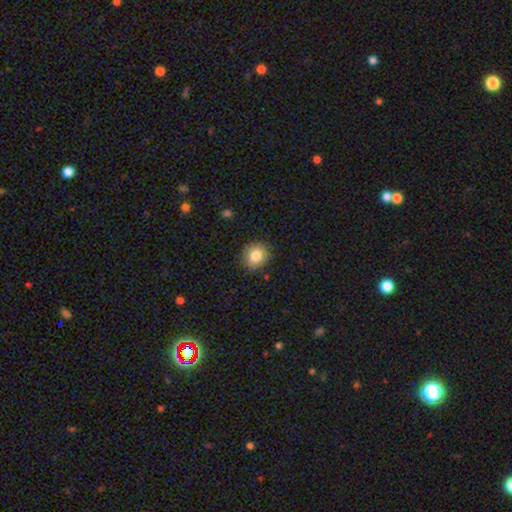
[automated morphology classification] smooth 83%, star or artifact 9%, featured or disk 8%. Down the decision tree: how rounded — round (80%); merging — none (87%).